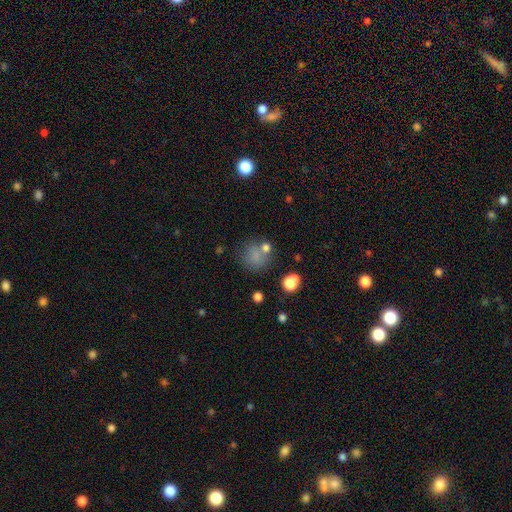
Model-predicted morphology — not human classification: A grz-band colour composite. It shows a smooth galaxy with no disk features (74%) that is round (82%). Merging: none (62%).